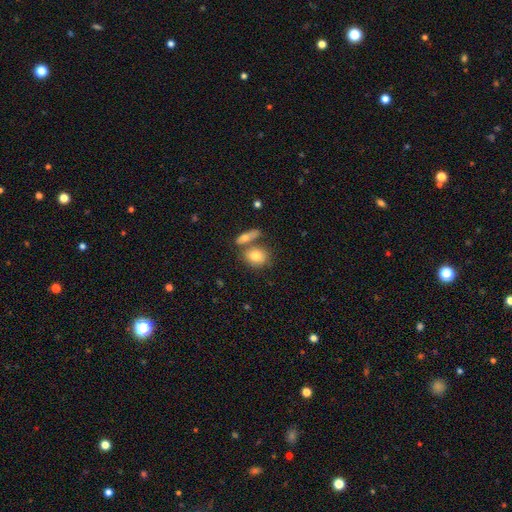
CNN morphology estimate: smooth-or-featured: smooth: 77% | featured or disk: 16% | star or artifact: 7%
  how-rounded: in between: 50% | round: 47% | cigar-shaped: 3%
  merging: none: 53% | merger: 33% | minor disturbance: 11% | major disturbance: 4%